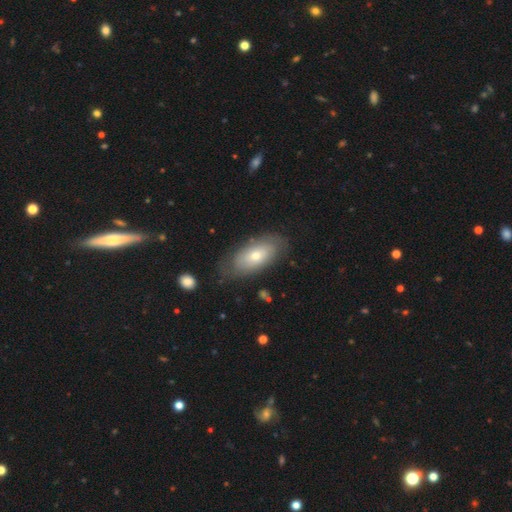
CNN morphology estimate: A smooth galaxy with no disk features (54%) that is in between round and cigar-shaped (89%).

Vote fractions:
- Smooth or featured? smooth: 54% / featured or disk: 39% / star or artifact: 7%
- How rounded? in between: 89% / cigar-shaped: 7% / round: 3%
- Merging? none: 76% / minor disturbance: 17% / major disturbance: 5% / merger: 2%